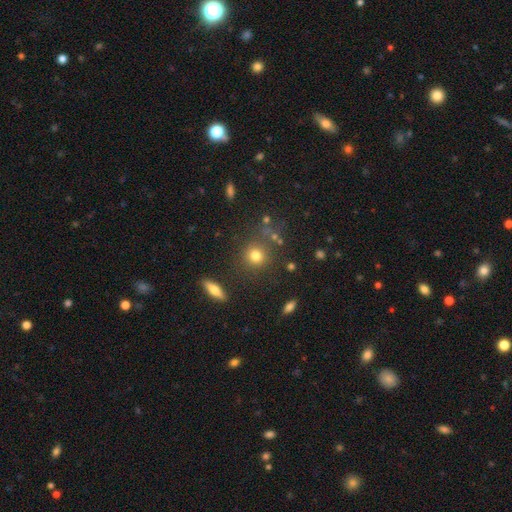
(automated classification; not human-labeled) Smooth or featured: smooth — 76% (star or artifact — 14%)
How rounded: round — 88% (in between — 10%)
Merging: none — 81% (minor disturbance — 9%)